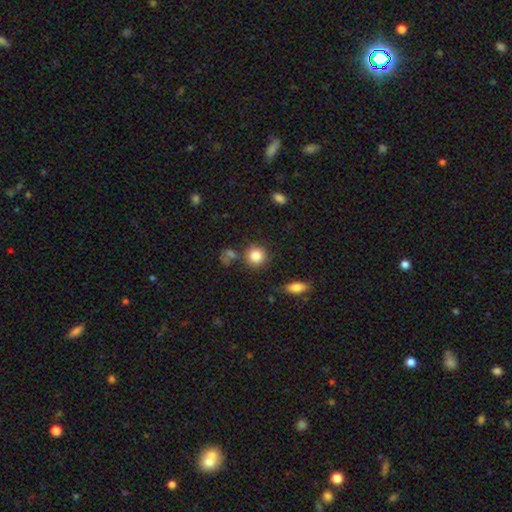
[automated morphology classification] smooth-or-featured: smooth: 85% | star or artifact: 9% | featured or disk: 6%
  how-rounded: round: 90% | in between: 9% | cigar-shaped: 1%
  merging: none: 78% | minor disturbance: 11% | merger: 8% | major disturbance: 4%